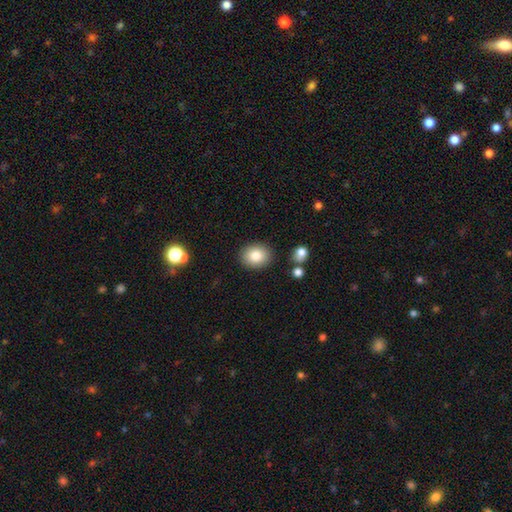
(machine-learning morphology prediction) Smooth or featured?
  - smooth: 83% *
  - star or artifact: 9%
  - featured or disk: 8%
How rounded?
  - round: 54% *
  - in between: 45%
  - cigar-shaped: 1%
Merging?
  - none: 86% *
  - minor disturbance: 9%
  - merger: 3%
  - major disturbance: 3%